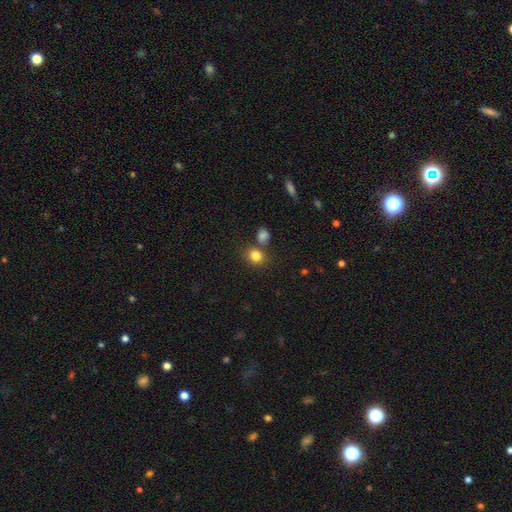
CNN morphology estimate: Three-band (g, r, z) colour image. It shows a smooth galaxy with no disk features (83%) that is round (71%). Merging: none (68%).